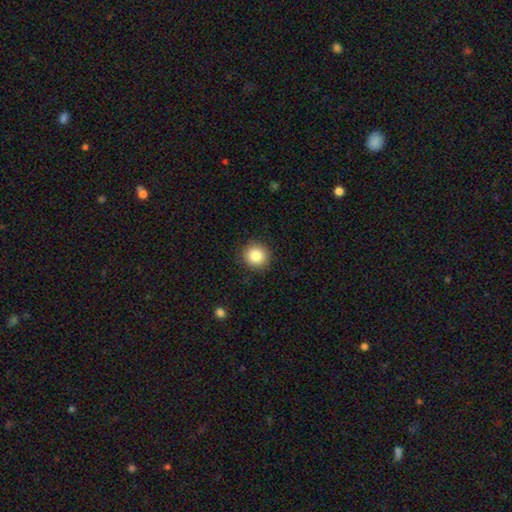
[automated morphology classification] Smooth or featured: smooth — 86% (star or artifact — 9%)
How rounded: round — 91% (in between — 8%)
Merging: none — 90% (minor disturbance — 7%)